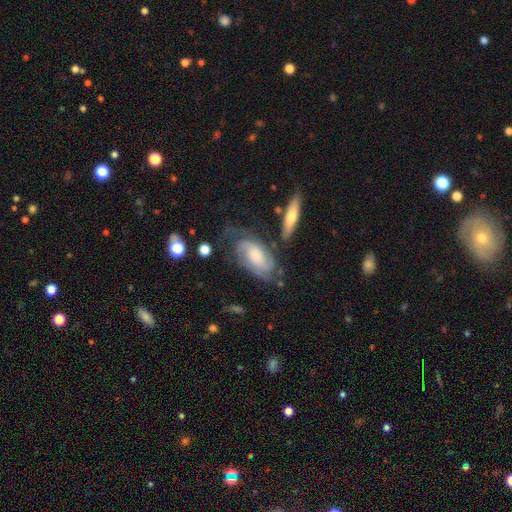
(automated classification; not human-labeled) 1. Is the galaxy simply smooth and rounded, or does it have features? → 77% featured or disk, 17% smooth, 6% star or artifact.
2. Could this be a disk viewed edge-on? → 94% no, 6% yes.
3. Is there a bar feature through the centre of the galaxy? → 63% no, 31% weak, 7% strong.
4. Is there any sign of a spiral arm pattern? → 95% yes, 5% no.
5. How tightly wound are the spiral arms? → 50% tight, 38% medium, 12% loose.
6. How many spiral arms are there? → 54% 2, 23% can't tell, 13% 3, 5% 1, 3% 4, 3% more than 4.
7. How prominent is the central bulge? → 37% moderate, 31% small, 18% large, 11% none, 3% dominant.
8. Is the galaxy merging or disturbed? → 57% none, 22% minor disturbance, 16% major disturbance, 5% merger.